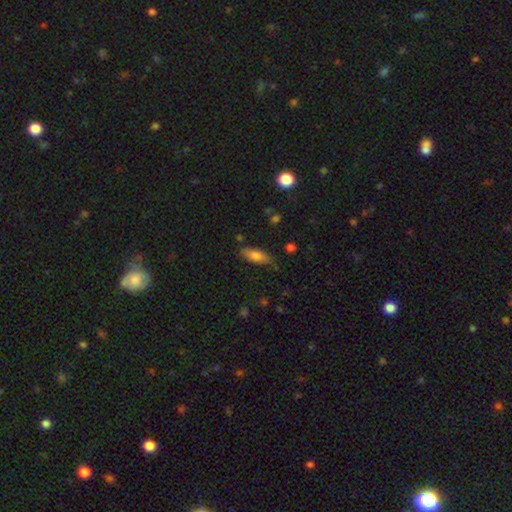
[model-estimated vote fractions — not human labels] A smooth galaxy with no disk features (75%) that is in between round and cigar-shaped (74%). Merging: none (78%).